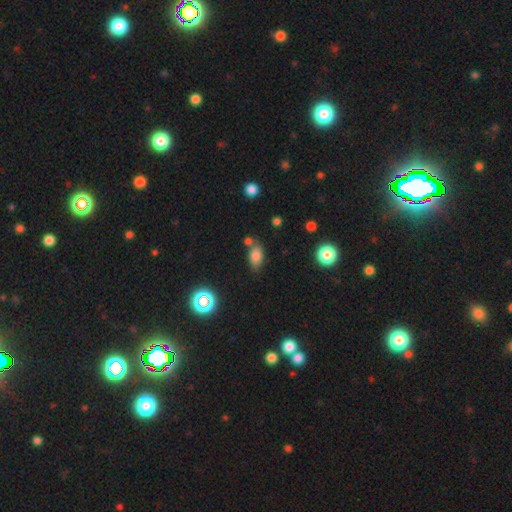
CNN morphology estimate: A smooth galaxy with no disk features (78%) that is in between round and cigar-shaped (87%). Merging: none (64%).